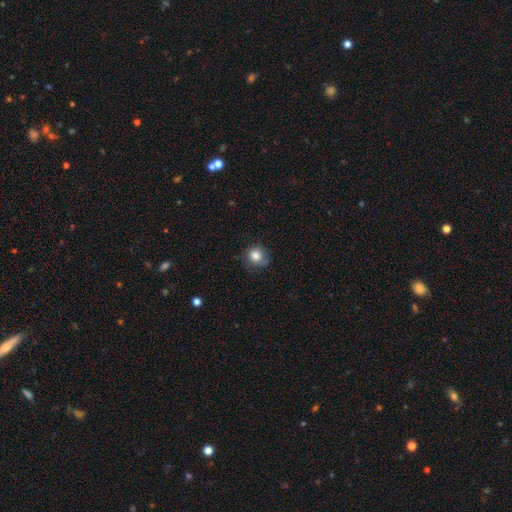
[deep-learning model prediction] Morphology: type=smooth (82%); roundness=round (87%); merging=none (72%).